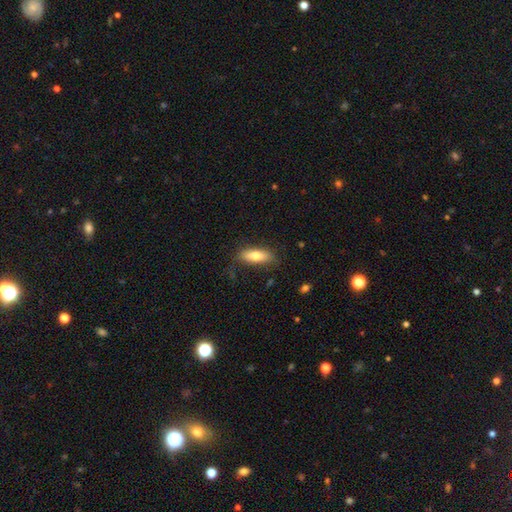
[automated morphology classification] smooth_or_featured: smooth (p=0.73) [alt: featured or disk p=0.20]
how_rounded: in between (p=0.65) [alt: cigar-shaped p=0.32]
merging: none (p=0.76) [alt: minor disturbance p=0.17]